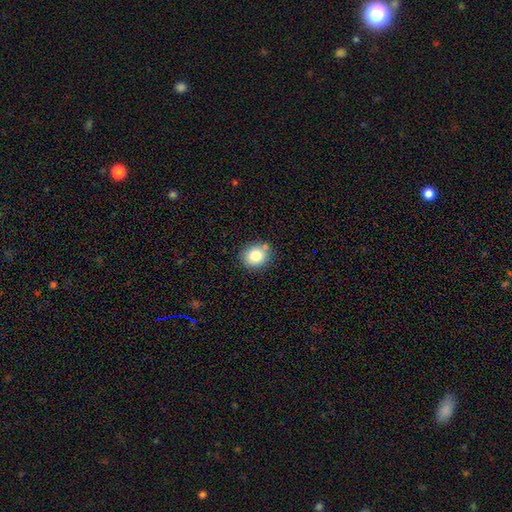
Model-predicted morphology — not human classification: type=smooth (82%); roundness=round (80%); merging=none (79%).